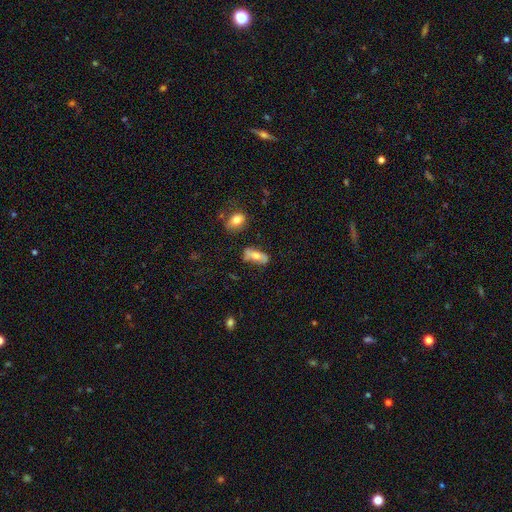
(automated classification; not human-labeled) A smooth galaxy with no disk features (62%) that is in between round and cigar-shaped (70%).

Vote fractions:
- Smooth or featured? smooth: 62% / featured or disk: 30% / star or artifact: 8%
- How rounded? in between: 70% / cigar-shaped: 26% / round: 4%
- Merging? none: 62% / minor disturbance: 23% / major disturbance: 8% / merger: 7%